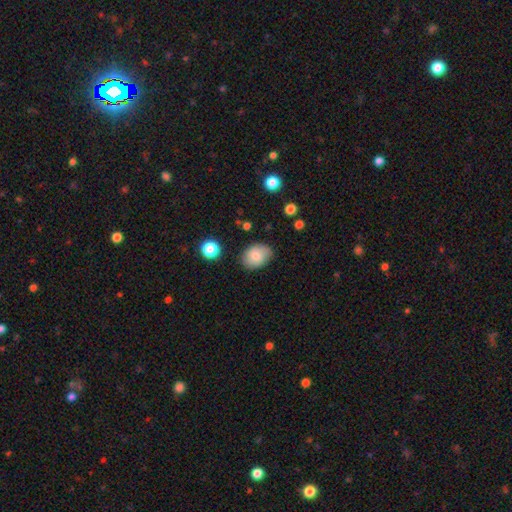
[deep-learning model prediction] Smooth or featured: smooth — 79% (featured or disk — 13%)
How rounded: in between — 69% (round — 30%)
Merging: none — 77% (minor disturbance — 17%)